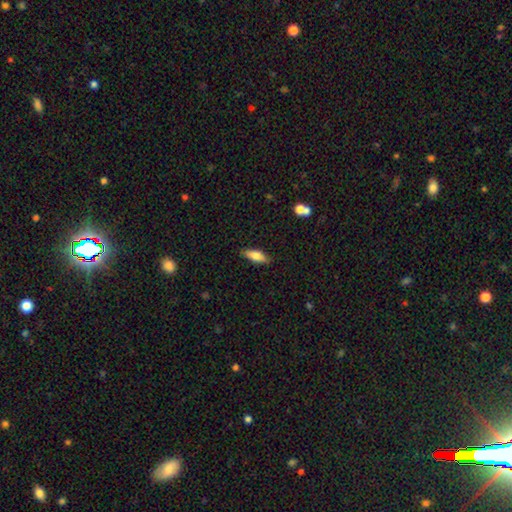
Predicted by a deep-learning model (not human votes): Q: Smooth or featured?
A: smooth (71%); runner-up: featured or disk (22%)
Q: How rounded?
A: in between (64%); runner-up: cigar-shaped (34%)
Q: Merging?
A: none (87%); runner-up: minor disturbance (9%)